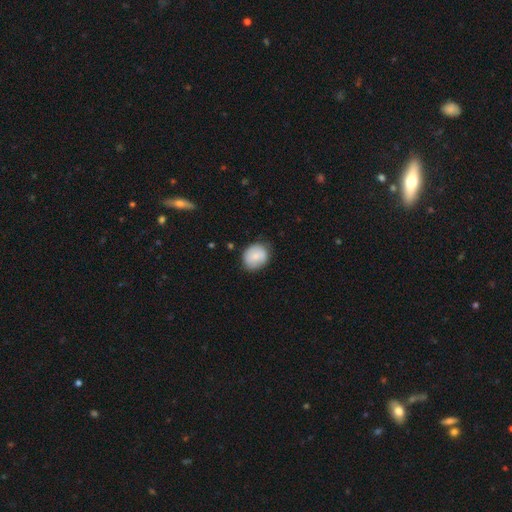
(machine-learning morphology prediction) This is likely a smooth galaxy (79%). How rounded: likely round (66%). Merging: likely none (77%).